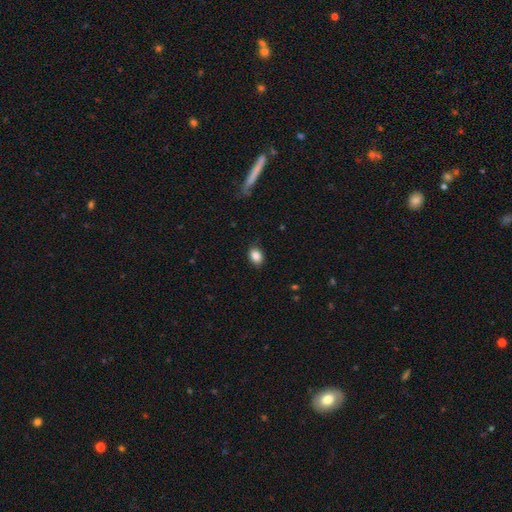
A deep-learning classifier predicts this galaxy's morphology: smooth_or_featured: smooth (p=0.86) [alt: star or artifact p=0.09]
how_rounded: in between (p=0.67) [alt: round p=0.32]
merging: none (p=0.84) [alt: minor disturbance p=0.12]